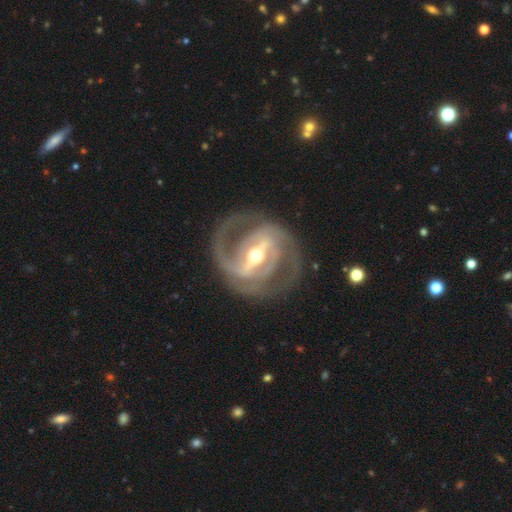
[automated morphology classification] This appears to be a featured or disk galaxy (90%) with a strong bar (74%), 2 (68%) tight (47%) spiral arms (92%) and a moderate central bulge (53%). Merging: none (76%).